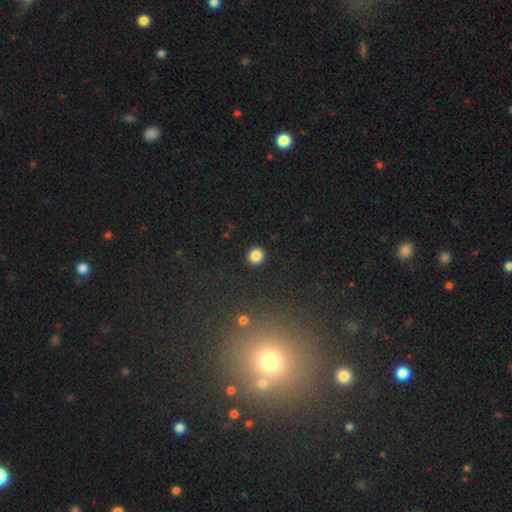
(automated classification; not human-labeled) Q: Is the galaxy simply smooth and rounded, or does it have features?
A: smooth — 85%.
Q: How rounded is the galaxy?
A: round — 94%.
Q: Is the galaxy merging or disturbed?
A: none — 93%.